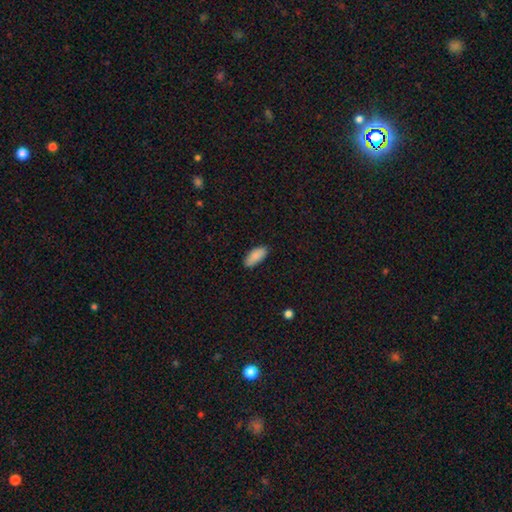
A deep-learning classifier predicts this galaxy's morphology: type=smooth (88%); roundness=in between (87%); merging=none (83%).